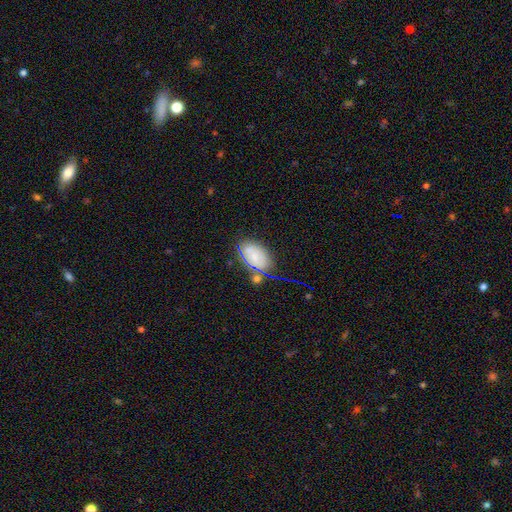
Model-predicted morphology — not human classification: Smooth or featured? Predicted: smooth (p=0.54). How rounded? Predicted: in between (p=0.85). Merging? Predicted: none (p=0.66).